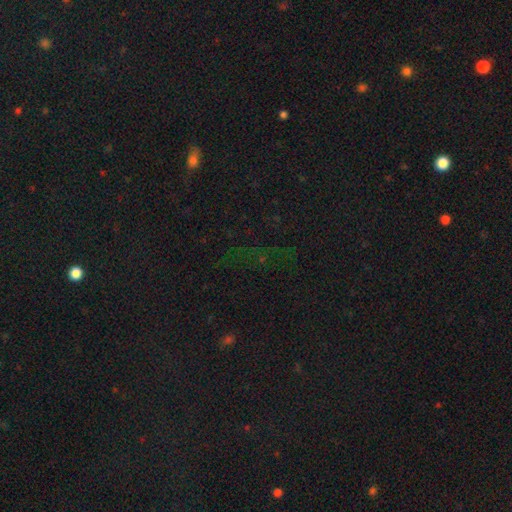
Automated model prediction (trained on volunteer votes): Q: Smooth or featured?
A: star or artifact (78%); runner-up: smooth (13%)